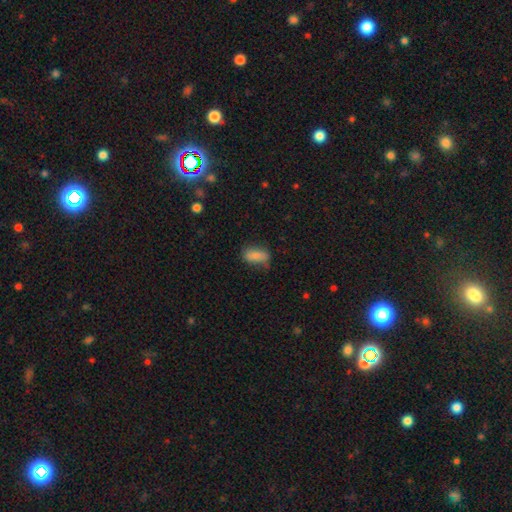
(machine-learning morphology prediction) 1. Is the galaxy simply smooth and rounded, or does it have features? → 81% smooth, 11% featured or disk, 8% star or artifact.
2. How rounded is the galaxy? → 86% in between, 9% cigar-shaped, 5% round.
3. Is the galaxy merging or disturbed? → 60% none, 29% minor disturbance, 9% major disturbance, 3% merger.